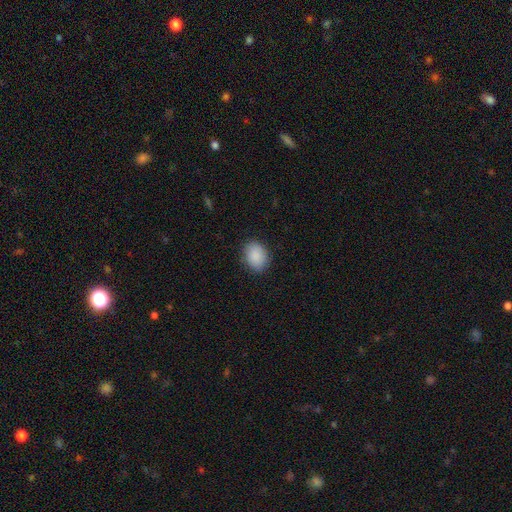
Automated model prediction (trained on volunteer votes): Q: Smooth or featured?
A: smooth (90%); runner-up: star or artifact (7%)
Q: How rounded?
A: in between (67%); runner-up: round (32%)
Q: Merging?
A: none (85%); runner-up: minor disturbance (11%)